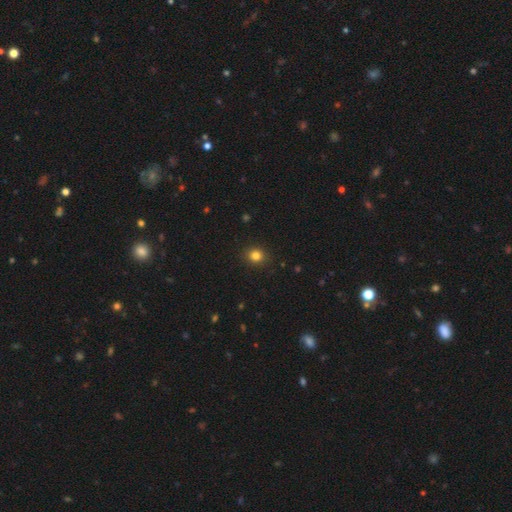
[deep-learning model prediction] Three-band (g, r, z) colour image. It shows a smooth galaxy with no disk features (82%) that is round (79%). Merging: none (91%).